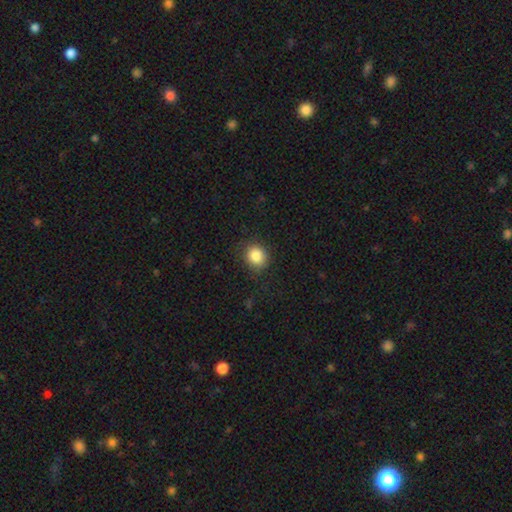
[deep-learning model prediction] A smooth galaxy with no disk features (86%) that is round (75%). Merging: none (83%).